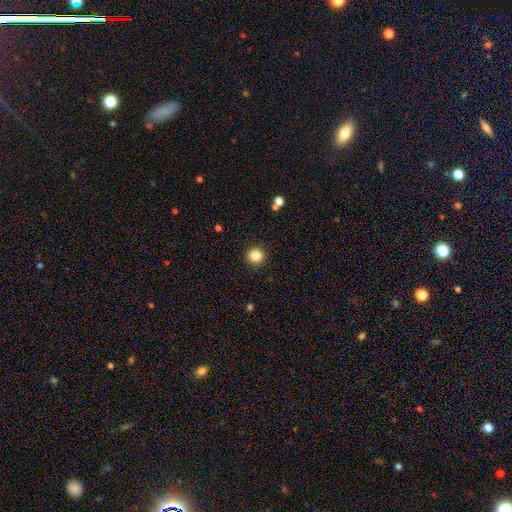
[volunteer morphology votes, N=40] This is clearly a smooth galaxy (88%). How rounded: clearly round (94%). Merging: clearly none (94%).